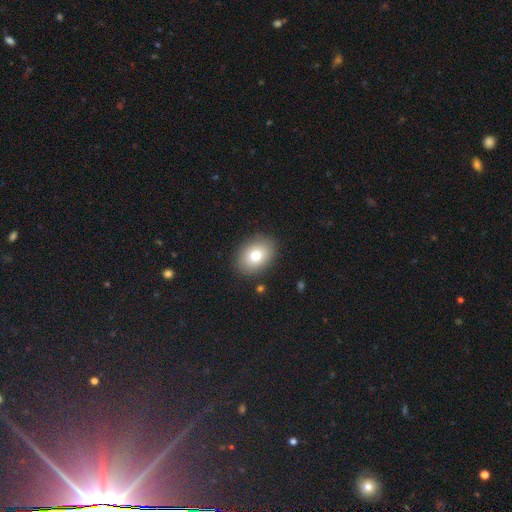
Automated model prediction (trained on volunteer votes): The model was most divided on "how rounded": in between: 72%, round: 27%, cigar-shaped: 1%. More confident: merging — none (87%); smooth or featured — smooth (78%).